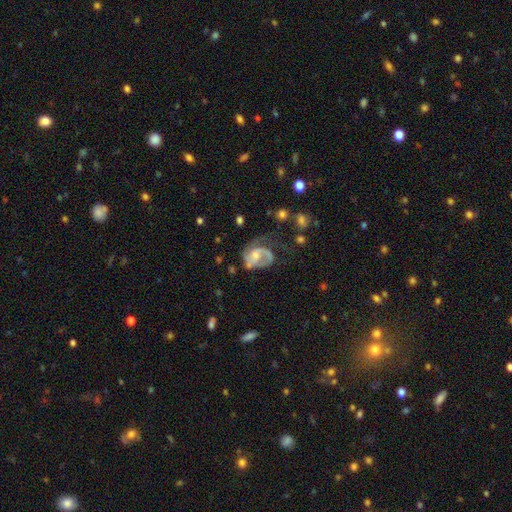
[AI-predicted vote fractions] Smooth or featured? featured or disk (71%)
Edge-on disk? no (98%)
Bar? no (64%)
Spiral arms? yes (85%)
Spiral winding? medium (43%)
Spiral arm count? 1 (42%)
Bulge size? small (38%, tied with moderate)
Merging? major disturbance (38%)